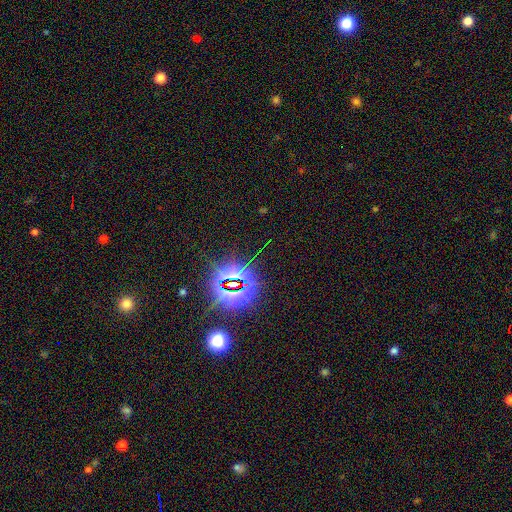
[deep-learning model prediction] This is clearly a star or artifact rather than a galaxy (81%).